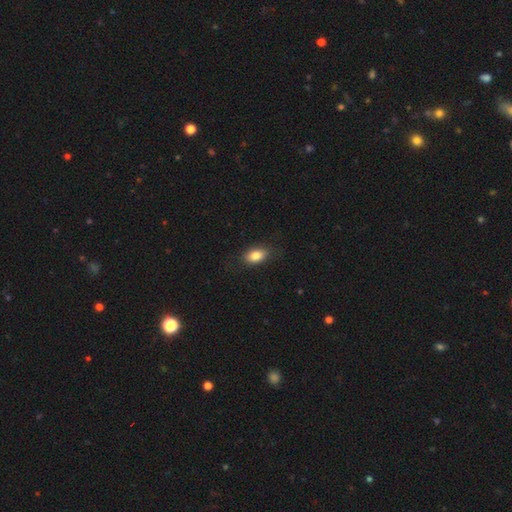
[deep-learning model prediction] Morphology: type=smooth (84%); roundness=in between (88%); merging=none (84%).